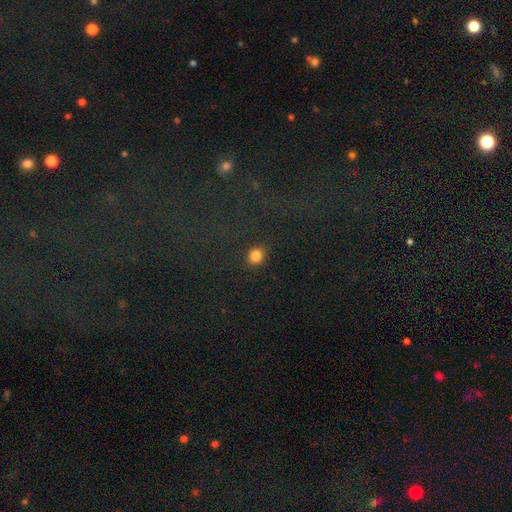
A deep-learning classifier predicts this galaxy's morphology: smooth 82%, star or artifact 13%, featured or disk 5%. Down the decision tree: how rounded — round (86%); merging — none (89%).